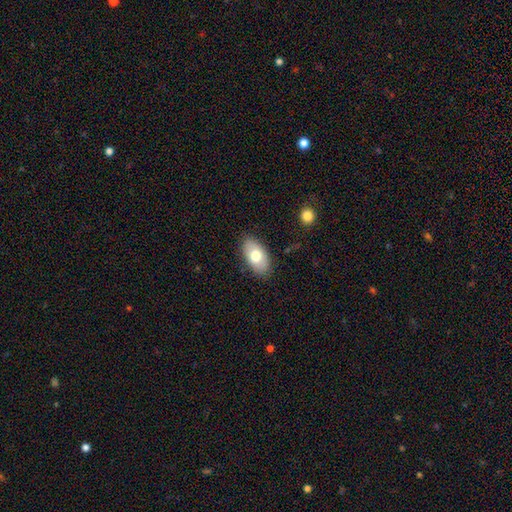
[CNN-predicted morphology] Smooth or featured? smooth (71%)
How rounded? in between (94%)
Merging? none (85%)